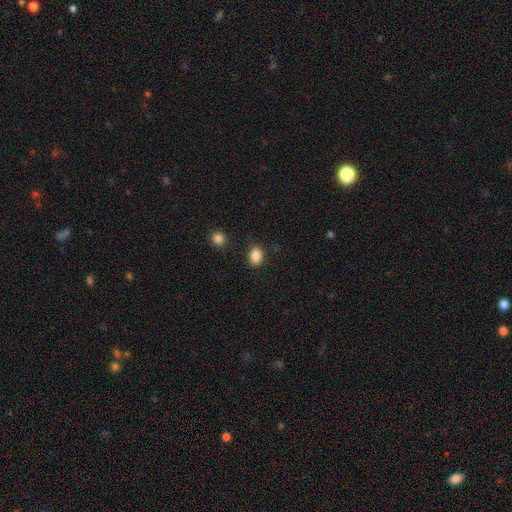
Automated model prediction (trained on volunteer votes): Smooth or featured? smooth (87%)
How rounded? in between (70%)
Merging? none (84%)